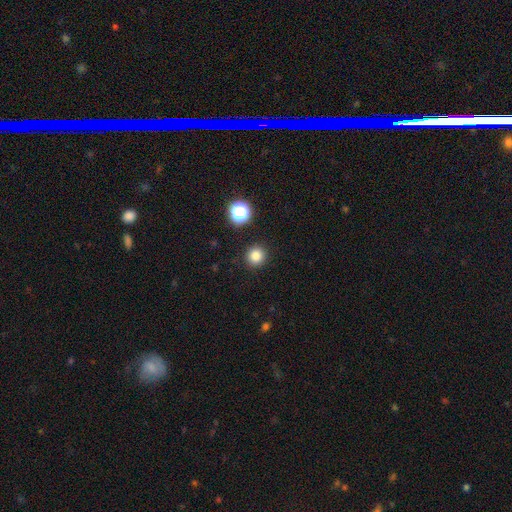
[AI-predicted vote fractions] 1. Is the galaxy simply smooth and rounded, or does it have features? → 81% smooth, 13% star or artifact, 5% featured or disk.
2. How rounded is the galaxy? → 93% round, 6% in between, 1% cigar-shaped.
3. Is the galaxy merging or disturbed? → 91% none, 5% minor disturbance, 2% major disturbance, 1% merger.